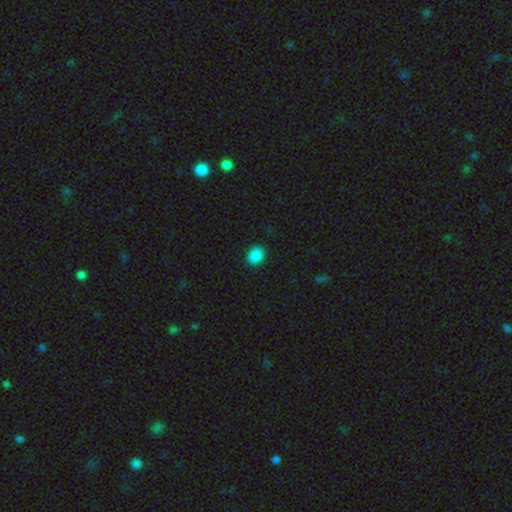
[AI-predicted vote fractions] smooth 87%, star or artifact 11%, featured or disk 3%. Down the decision tree: how rounded — in between (53%); merging — none (89%).